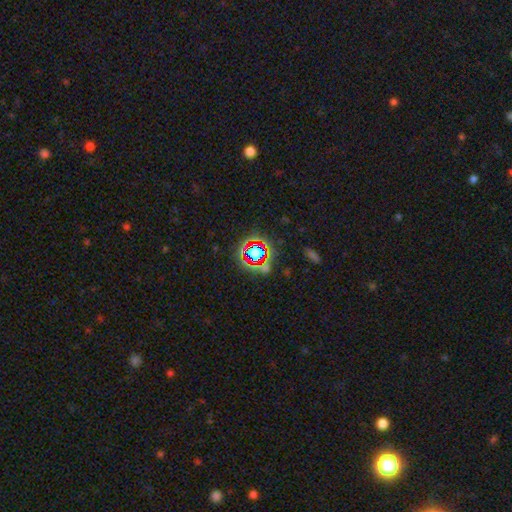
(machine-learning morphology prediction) A star or artifact, not a galaxy (63%).

Vote fractions:
- Smooth or featured? star or artifact: 63% / smooth: 23% / featured or disk: 13%